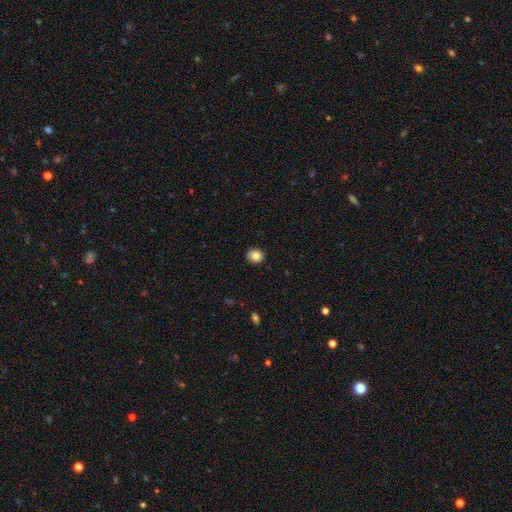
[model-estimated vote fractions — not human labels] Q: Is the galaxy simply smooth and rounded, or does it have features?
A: smooth — 84%.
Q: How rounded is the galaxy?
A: round — 74%.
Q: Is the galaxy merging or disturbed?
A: none — 89%.